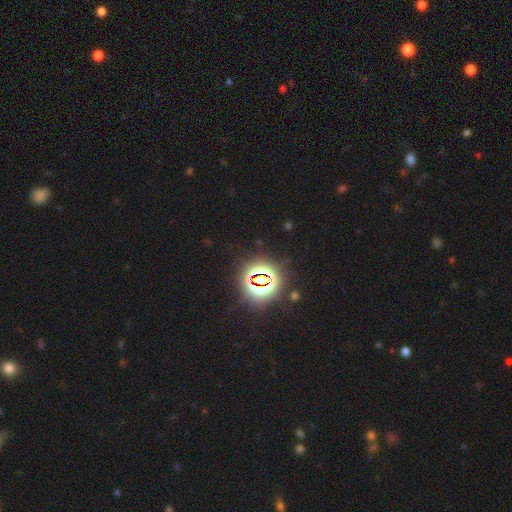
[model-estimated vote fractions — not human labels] The model was most divided on "smooth or featured": star or artifact: 84%, smooth: 10%, featured or disk: 6%.